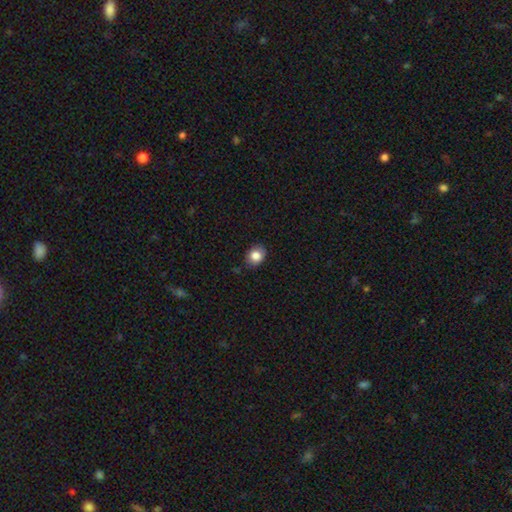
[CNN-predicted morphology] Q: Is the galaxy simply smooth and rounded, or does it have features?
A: smooth — 84%.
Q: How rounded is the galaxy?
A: in between — 54%.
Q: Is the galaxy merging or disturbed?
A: none — 84%.